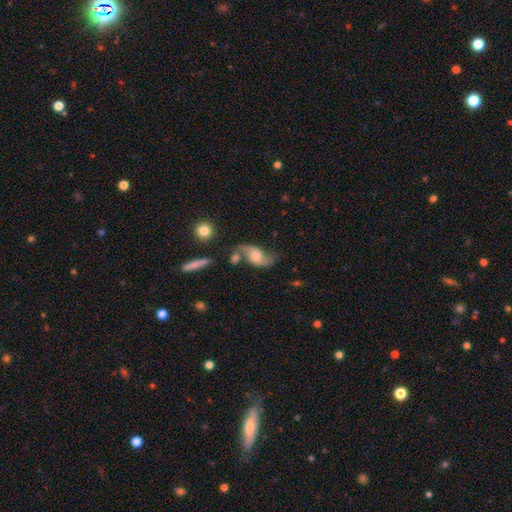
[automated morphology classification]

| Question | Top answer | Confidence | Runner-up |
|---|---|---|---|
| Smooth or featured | featured or disk | 70% | smooth (23%) |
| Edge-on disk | no | 94% | yes (6%) |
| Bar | no | 63% | weak (30%) |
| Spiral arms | yes | 91% | no (9%) |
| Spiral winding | loose | 81% | medium (15%) |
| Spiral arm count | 2 | 91% | 1 (3%) |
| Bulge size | moderate | 50% | small (21%) |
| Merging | none | 52% | minor disturbance (21%) |